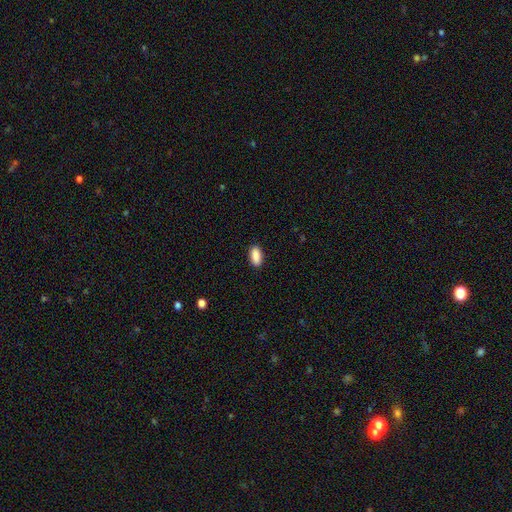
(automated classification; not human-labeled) This is clearly a smooth galaxy (90%). How rounded: clearly in between (89%). Merging: clearly none (90%).